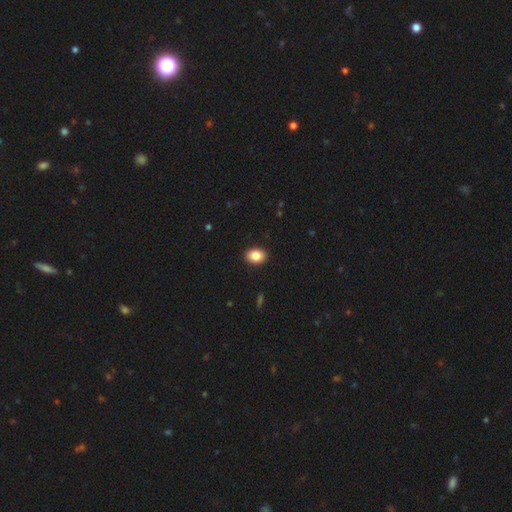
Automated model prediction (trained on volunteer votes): This appears to be a smooth galaxy with no disk features (86%) that is in between round and cigar-shaped (75%). Merging: none (91%).